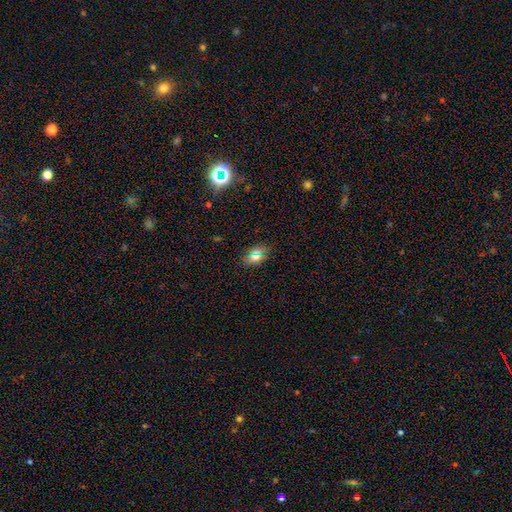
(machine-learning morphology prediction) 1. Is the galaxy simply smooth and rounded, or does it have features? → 69% smooth, 21% star or artifact, 9% featured or disk.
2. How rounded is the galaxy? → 84% in between, 12% round, 4% cigar-shaped.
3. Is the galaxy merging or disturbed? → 87% none, 9% minor disturbance, 3% major disturbance, 1% merger.